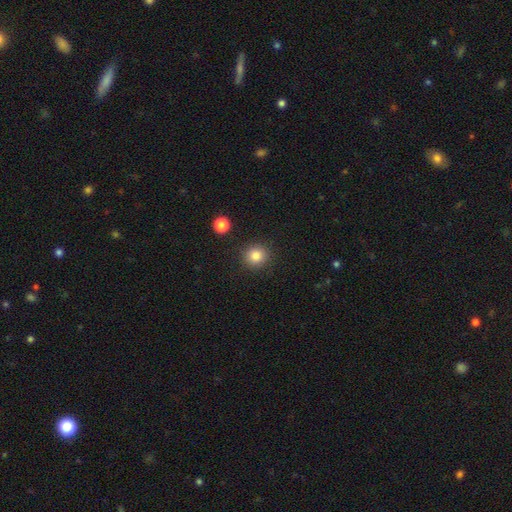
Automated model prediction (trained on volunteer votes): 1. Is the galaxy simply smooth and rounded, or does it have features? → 83% smooth, 11% star or artifact, 6% featured or disk.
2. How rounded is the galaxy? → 90% round, 9% in between, 1% cigar-shaped.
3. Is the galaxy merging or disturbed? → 89% none, 7% minor disturbance, 2% major disturbance, 2% merger.